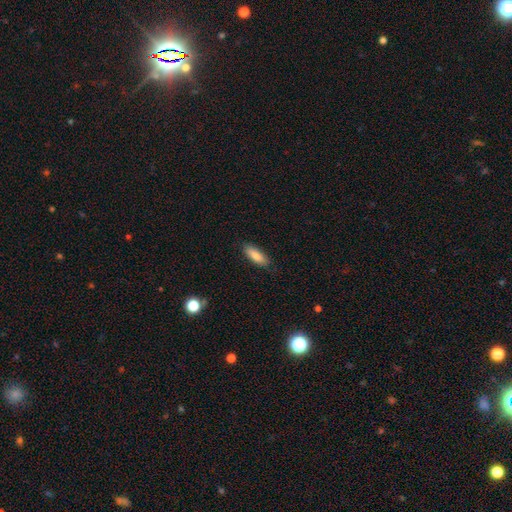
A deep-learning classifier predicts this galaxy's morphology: smooth_or_featured: smooth (p=0.86) [alt: featured or disk p=0.08]
how_rounded: in between (p=0.61) [alt: cigar-shaped p=0.37]
merging: none (p=0.85) [alt: minor disturbance p=0.11]